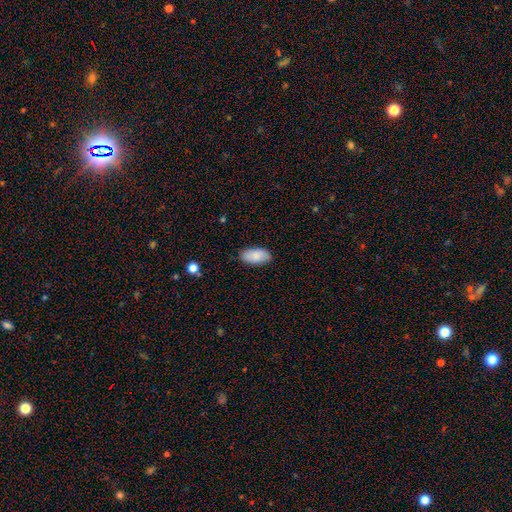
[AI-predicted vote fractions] This is clearly a smooth galaxy (86%). How rounded: clearly in between (95%). Merging: clearly none (84%).